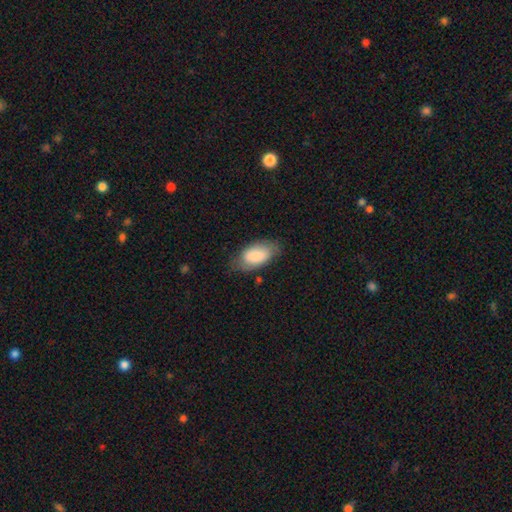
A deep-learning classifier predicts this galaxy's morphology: smooth-or-featured: smooth: 80% | featured or disk: 14% | star or artifact: 6%
  how-rounded: in between: 94% | cigar-shaped: 3% | round: 3%
  merging: none: 71% | minor disturbance: 22% | major disturbance: 6% | merger: 1%